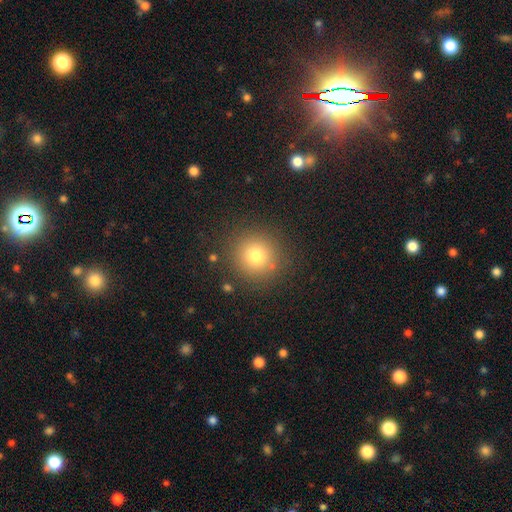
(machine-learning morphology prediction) A smooth galaxy with no disk features (76%) that is round (93%).

Vote fractions:
- Smooth or featured? smooth: 76% / star or artifact: 15% / featured or disk: 10%
- How rounded? round: 93% / in between: 6% / cigar-shaped: 1%
- Merging? none: 87% / minor disturbance: 8% / major disturbance: 3% / merger: 3%